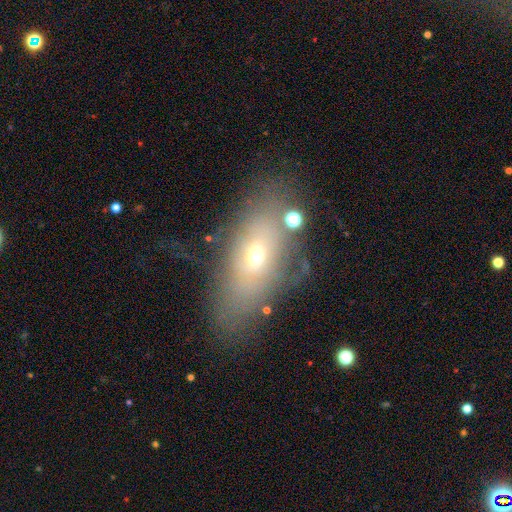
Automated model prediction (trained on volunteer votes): Smooth or featured? smooth (52%)
How rounded? in between (77%)
Merging? none (58%)